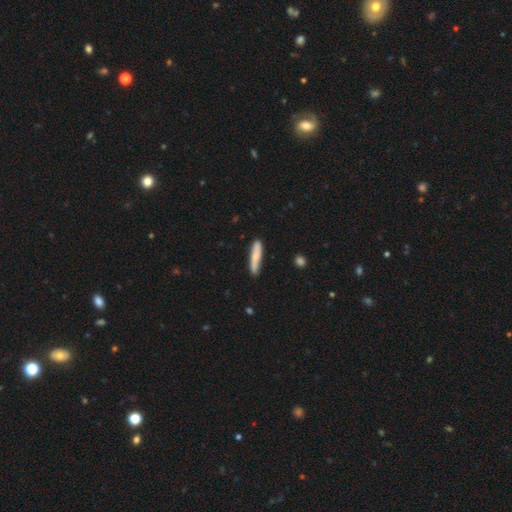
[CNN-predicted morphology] Smooth or featured: smooth — 75% (featured or disk — 19%)
How rounded: cigar-shaped — 86% (in between — 12%)
Merging: none — 80% (minor disturbance — 15%)